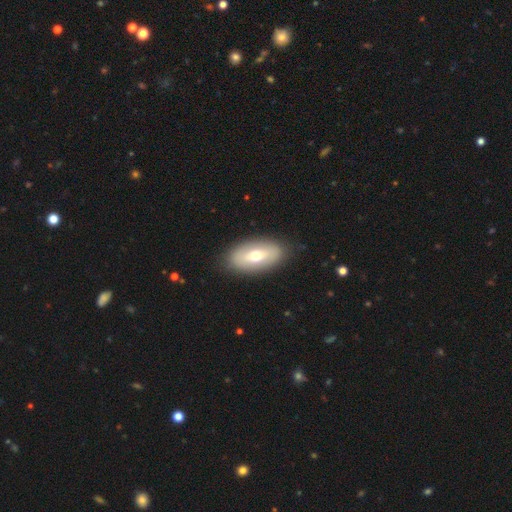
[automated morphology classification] Smooth or featured?
  - smooth: 57% *
  - featured or disk: 37%
  - star or artifact: 6%
How rounded?
  - in between: 91% *
  - cigar-shaped: 5%
  - round: 4%
Merging?
  - none: 87% *
  - minor disturbance: 9%
  - major disturbance: 3%
  - merger: 1%